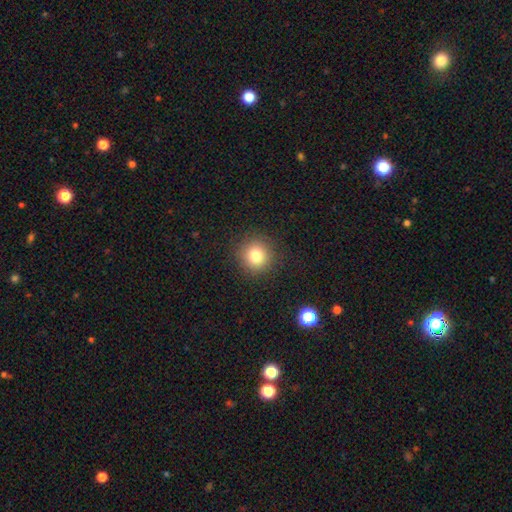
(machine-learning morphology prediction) type=smooth (80%); roundness=round (93%); merging=none (90%).